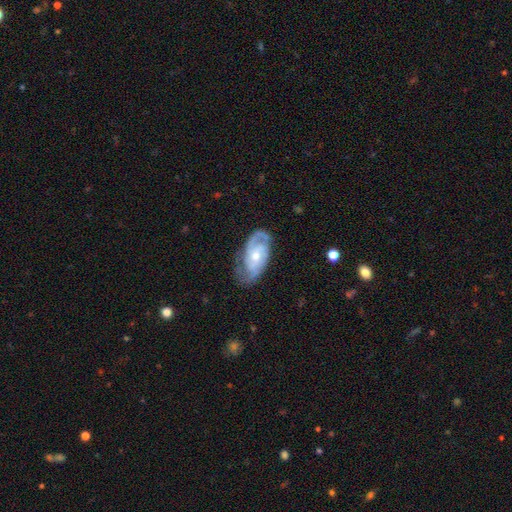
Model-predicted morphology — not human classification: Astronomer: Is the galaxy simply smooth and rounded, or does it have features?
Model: featured or disk — 83%.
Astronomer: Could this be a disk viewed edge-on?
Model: no — 96%.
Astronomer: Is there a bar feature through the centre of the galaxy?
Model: no — 60%.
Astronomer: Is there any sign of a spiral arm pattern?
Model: yes — 95%.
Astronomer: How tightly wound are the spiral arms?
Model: tight — 48% (runner-up: medium, 41%).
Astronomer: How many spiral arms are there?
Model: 2 — 55%.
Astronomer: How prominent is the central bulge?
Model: moderate — 51% (runner-up: small, 43%).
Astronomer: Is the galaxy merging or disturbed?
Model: none — 69%.